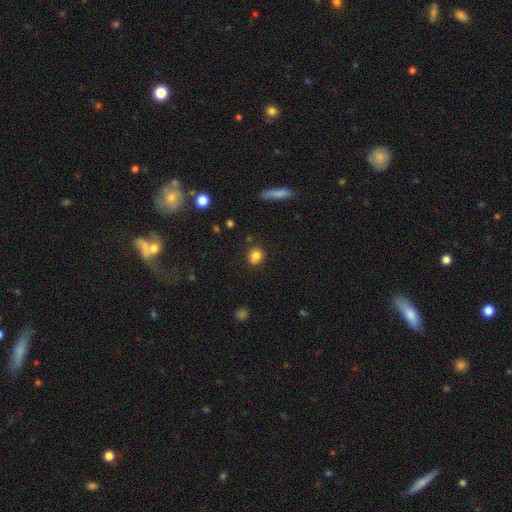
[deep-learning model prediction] Overall: smooth (81%). How rounded: round (70%). Merging: none (76%).